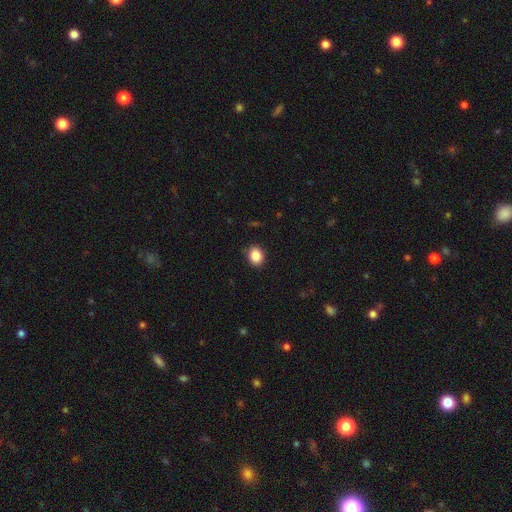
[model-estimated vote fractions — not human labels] A smooth galaxy with no disk features (87%) that is in between round and cigar-shaped (51%). Merging: none (86%).